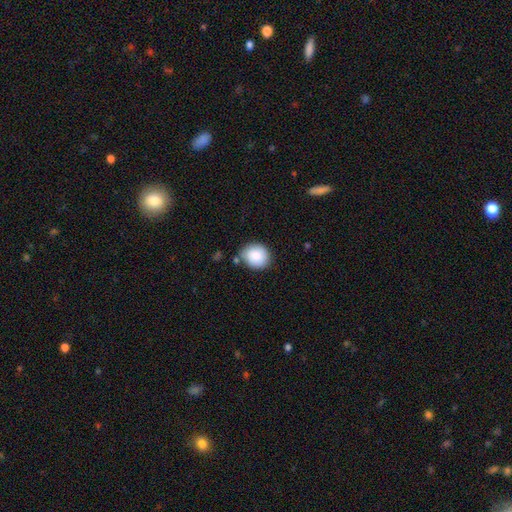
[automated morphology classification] Overall: smooth (88%). How rounded: round (73%). Merging: none (75%).